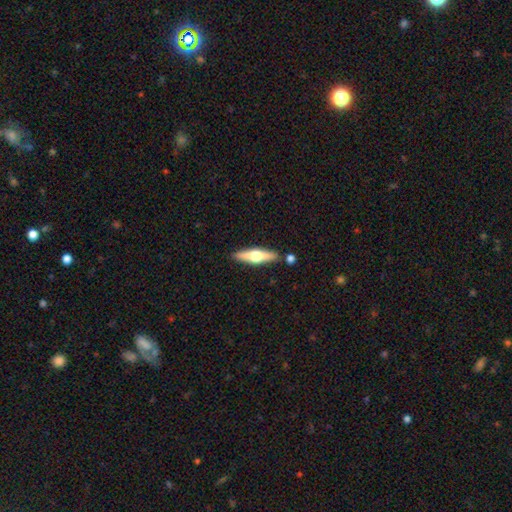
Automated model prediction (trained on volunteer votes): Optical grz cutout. It shows a featured or disk galaxy (61%) viewed edge-on (96%) with a rounded central bulge (95%). Merging: none (85%).